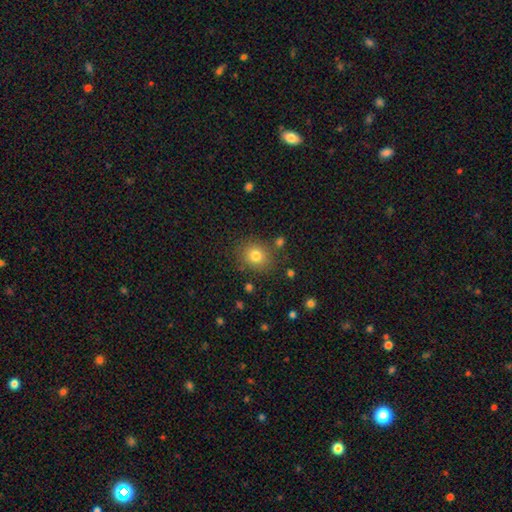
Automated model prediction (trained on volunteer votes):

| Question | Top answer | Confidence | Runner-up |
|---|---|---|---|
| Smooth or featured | smooth | 79% | star or artifact (13%) |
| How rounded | round | 74% | in between (25%) |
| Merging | none | 82% | minor disturbance (10%) |